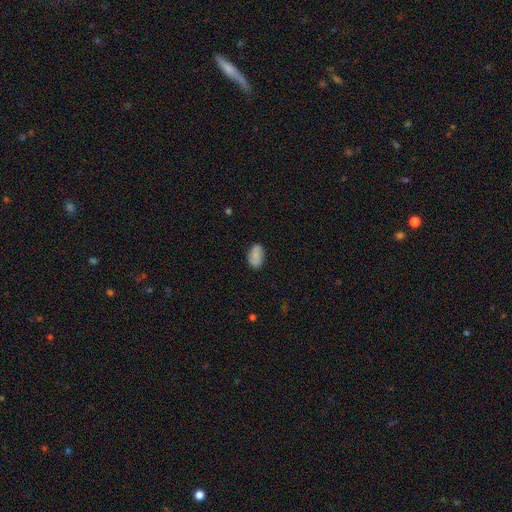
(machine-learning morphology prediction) Smooth or featured?
  - smooth: 79% *
  - featured or disk: 14%
  - star or artifact: 8%
How rounded?
  - in between: 89% *
  - round: 9%
  - cigar-shaped: 1%
Merging?
  - none: 81% *
  - minor disturbance: 15%
  - major disturbance: 3%
  - merger: 1%